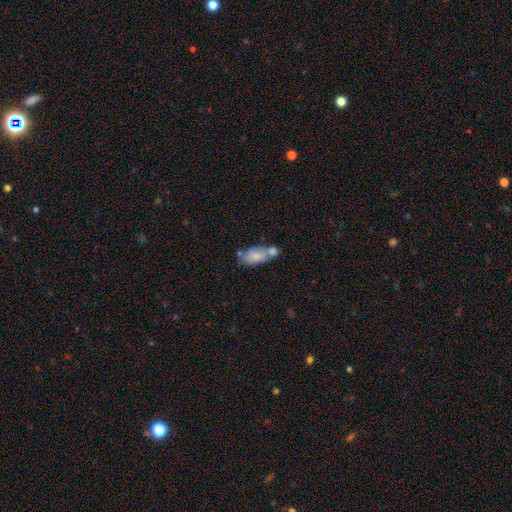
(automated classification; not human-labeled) smooth_or_featured: smooth (p=0.74) [alt: featured or disk p=0.19]
how_rounded: in between (p=0.87) [alt: cigar-shaped p=0.09]
merging: merger (p=0.39) [alt: none p=0.37]